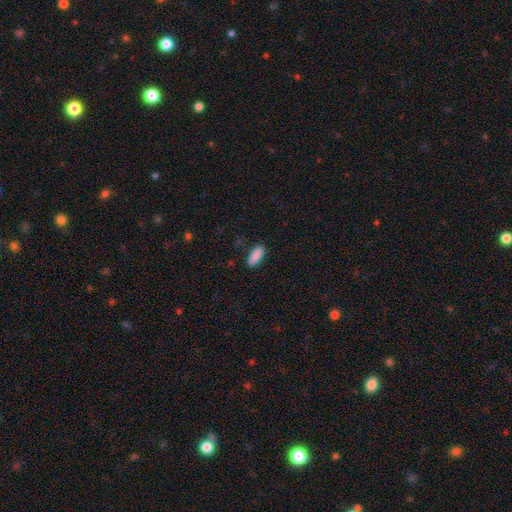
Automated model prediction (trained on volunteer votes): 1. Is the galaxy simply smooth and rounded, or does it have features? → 90% smooth, 7% star or artifact, 4% featured or disk.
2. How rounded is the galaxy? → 74% in between, 24% cigar-shaped, 2% round.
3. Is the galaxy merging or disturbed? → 87% none, 10% minor disturbance, 2% major disturbance, 1% merger.